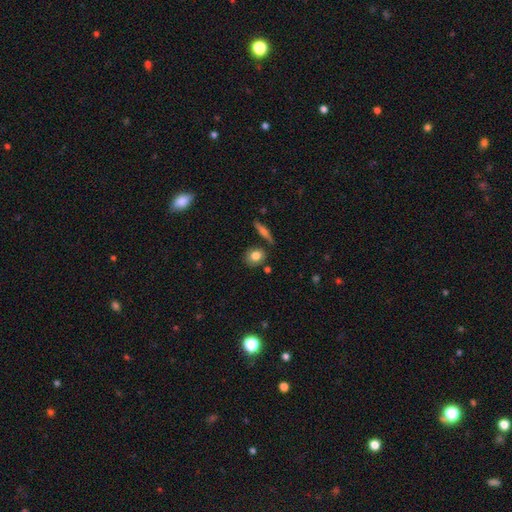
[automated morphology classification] This is likely a smooth galaxy (79%). How rounded: likely round (63%). Merging: likely none (77%).